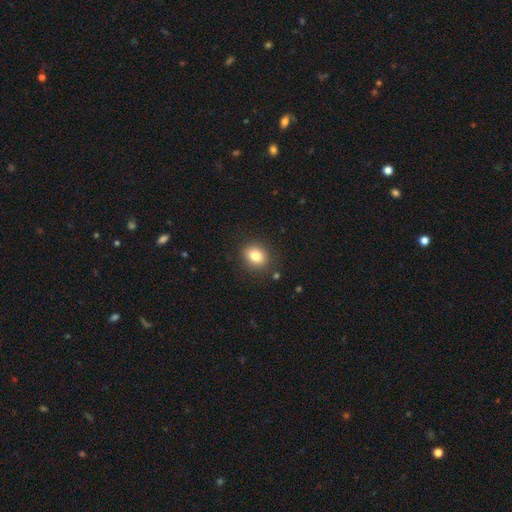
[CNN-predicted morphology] Overall: smooth (82%). How rounded: round (61%; in between 38%). Merging: none (87%).